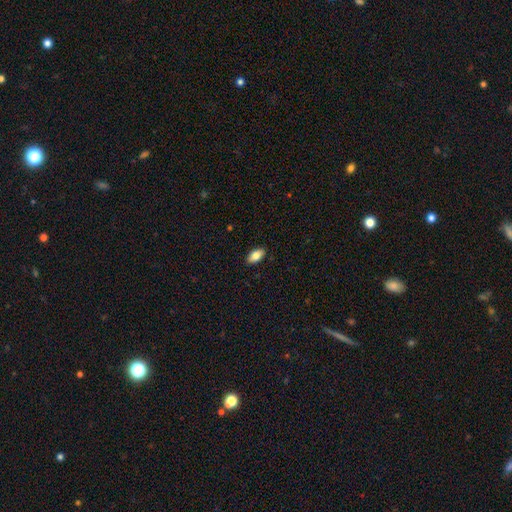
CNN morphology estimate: Smooth or featured: smooth — 83% (featured or disk — 10%)
How rounded: in between — 92% (cigar-shaped — 4%)
Merging: none — 89% (minor disturbance — 8%)